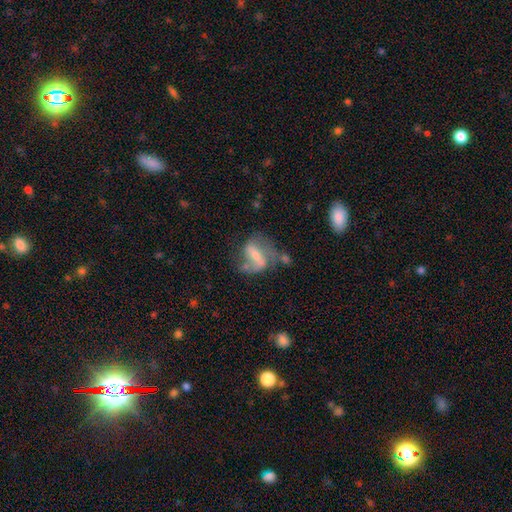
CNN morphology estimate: A featured or disk galaxy (66%) with a strong bar (49%), spiral arms (75%) and a small central bulge (45%). Merging: none (38%).